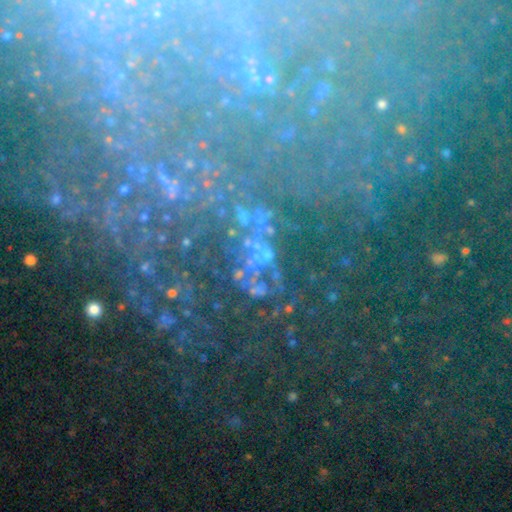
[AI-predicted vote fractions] Smooth or featured: star or artifact — 60% (featured or disk — 24%)